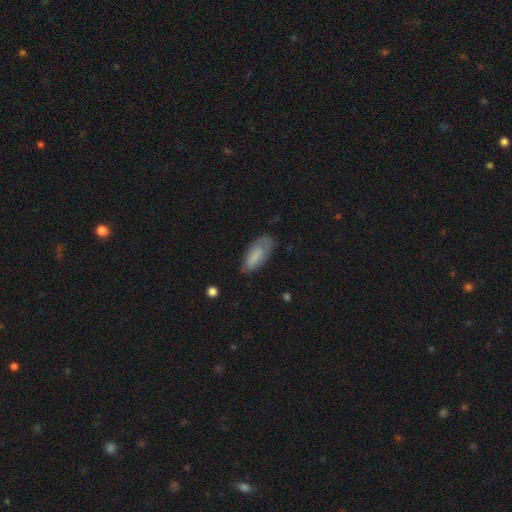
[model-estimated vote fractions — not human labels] Q: Smooth or featured?
A: smooth (76%); runner-up: featured or disk (18%)
Q: How rounded?
A: in between (80%); runner-up: cigar-shaped (18%)
Q: Merging?
A: none (62%); runner-up: minor disturbance (28%)